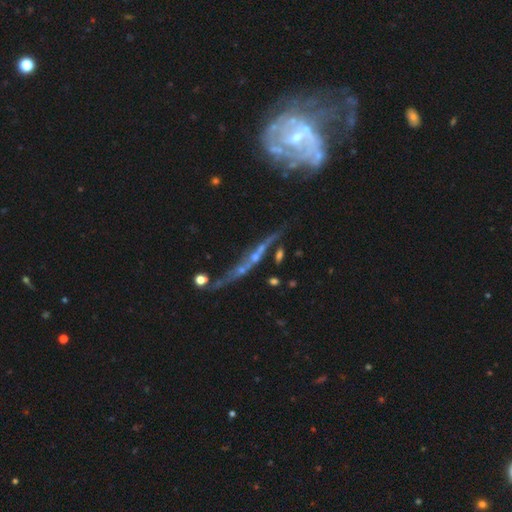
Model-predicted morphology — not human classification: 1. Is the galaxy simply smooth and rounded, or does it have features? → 65% featured or disk, 20% star or artifact, 14% smooth.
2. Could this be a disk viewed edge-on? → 53% yes, 47% no.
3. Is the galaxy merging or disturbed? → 40% none, 25% merger, 19% major disturbance, 16% minor disturbance.